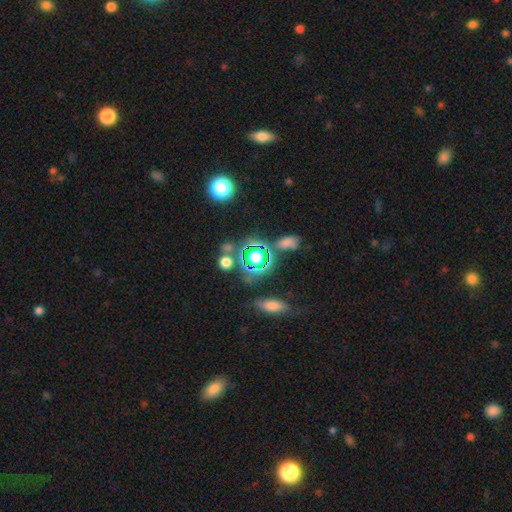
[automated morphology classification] This appears to be a star or artifact, not a galaxy (48%).